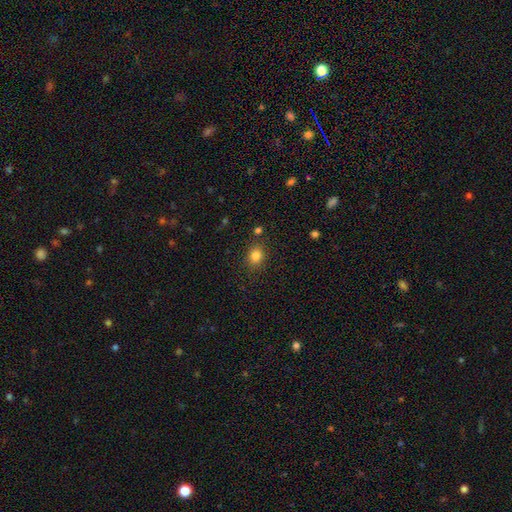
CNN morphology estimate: A smooth galaxy with no disk features (82%) that is round (63%).

Vote fractions:
- Smooth or featured? smooth: 82% / star or artifact: 12% / featured or disk: 6%
- How rounded? round: 63% / in between: 36% / cigar-shaped: 1%
- Merging? none: 84% / minor disturbance: 10% / merger: 3% / major disturbance: 3%